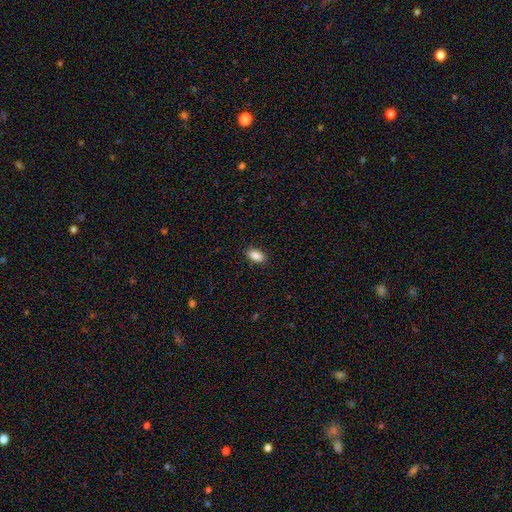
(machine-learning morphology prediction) The model was most divided on "merging": none: 89%, minor disturbance: 8%, major disturbance: 2%, merger: 1%. More confident: how rounded — in between (92%); smooth or featured — smooth (88%).